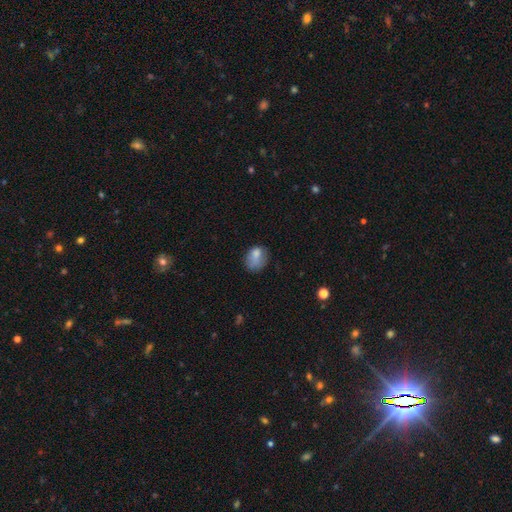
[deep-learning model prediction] Overall: smooth (75%). How rounded: in between (64%; round 35%). Merging: none (46%; minor disturbance 31%).